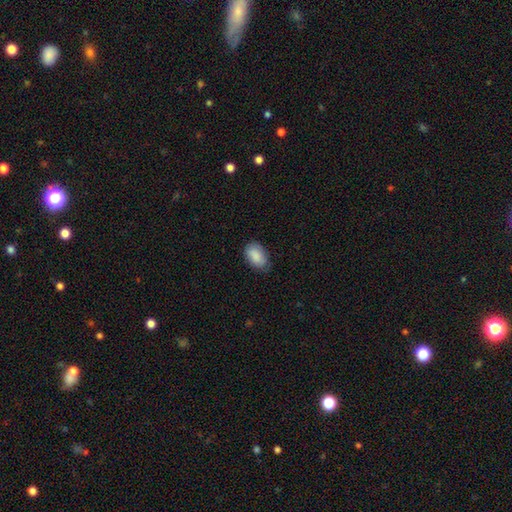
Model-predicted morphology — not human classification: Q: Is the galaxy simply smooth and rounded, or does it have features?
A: smooth — 87%.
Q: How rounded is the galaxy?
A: in between — 91%.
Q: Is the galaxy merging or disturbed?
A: none — 72%.